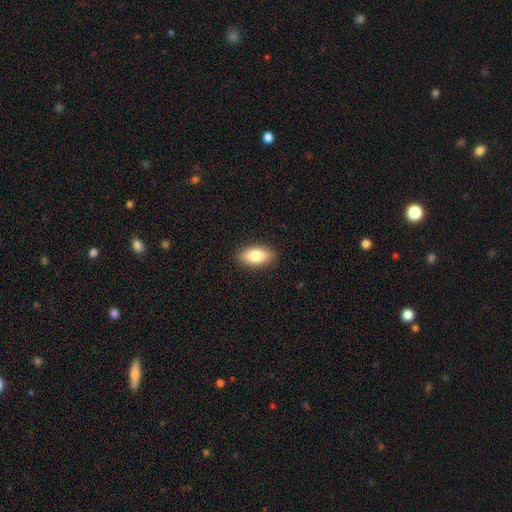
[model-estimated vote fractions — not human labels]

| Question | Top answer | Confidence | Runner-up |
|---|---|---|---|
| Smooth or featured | smooth | 83% | featured or disk (11%) |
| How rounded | in between | 88% | cigar-shaped (8%) |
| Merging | none | 89% | minor disturbance (8%) |